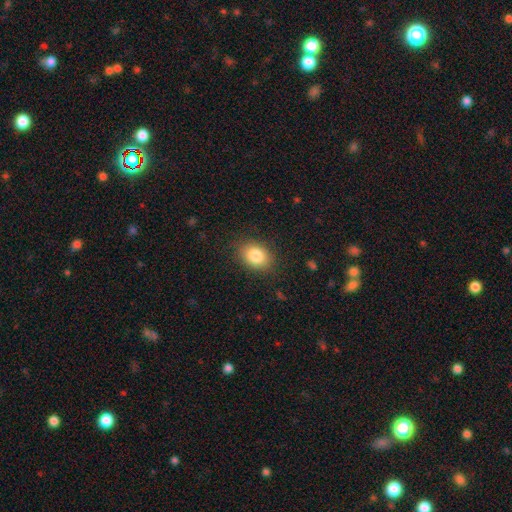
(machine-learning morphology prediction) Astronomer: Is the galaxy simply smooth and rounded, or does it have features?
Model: smooth — 84%.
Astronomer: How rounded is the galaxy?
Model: in between — 65%.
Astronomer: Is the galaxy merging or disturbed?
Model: none — 85%.